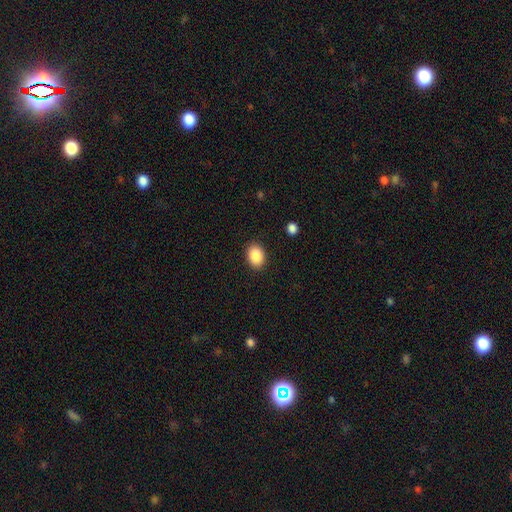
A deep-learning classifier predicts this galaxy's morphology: smooth 88%, star or artifact 8%, featured or disk 5%. Down the decision tree: how rounded — in between (72%); merging — none (89%).